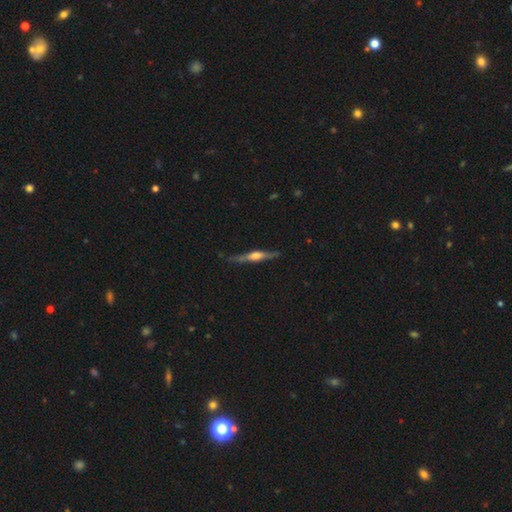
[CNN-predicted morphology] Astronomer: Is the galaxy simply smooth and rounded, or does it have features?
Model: featured or disk — 73%.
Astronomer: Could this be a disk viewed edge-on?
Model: yes — 97%.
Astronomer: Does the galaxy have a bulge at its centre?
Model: rounded — 79%.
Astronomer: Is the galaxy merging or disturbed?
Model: none — 83%.